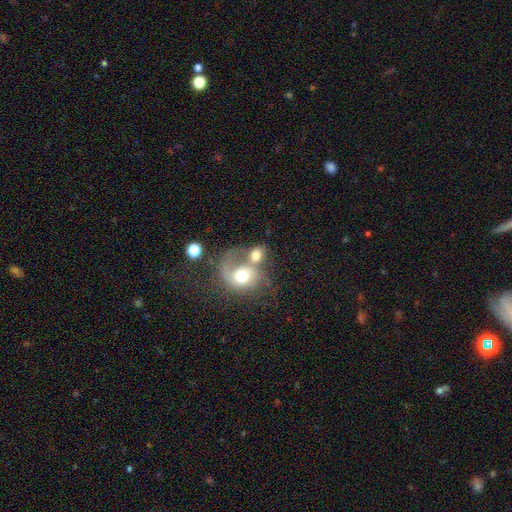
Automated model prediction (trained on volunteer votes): Smooth or featured? smooth (51%)
How rounded? round (56%)
Merging? merger (63%)